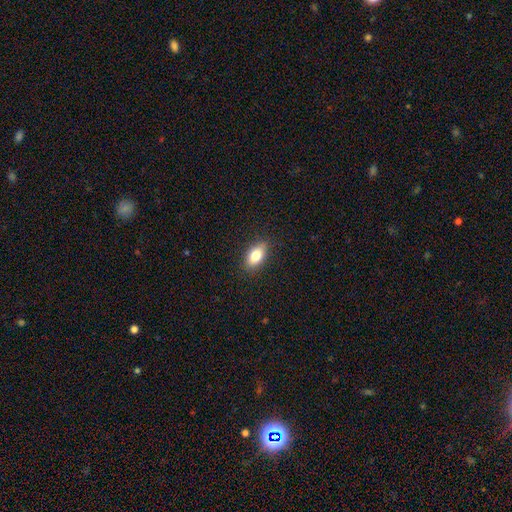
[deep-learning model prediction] Overall: smooth (81%). How rounded: in between (89%). Merging: none (87%).